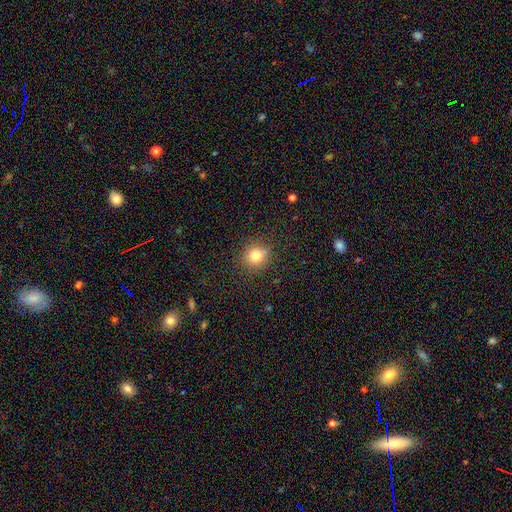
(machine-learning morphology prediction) The model was most divided on "smooth or featured": smooth: 79%, star or artifact: 14%, featured or disk: 7%. More confident: how rounded — round (89%); merging — none (84%).